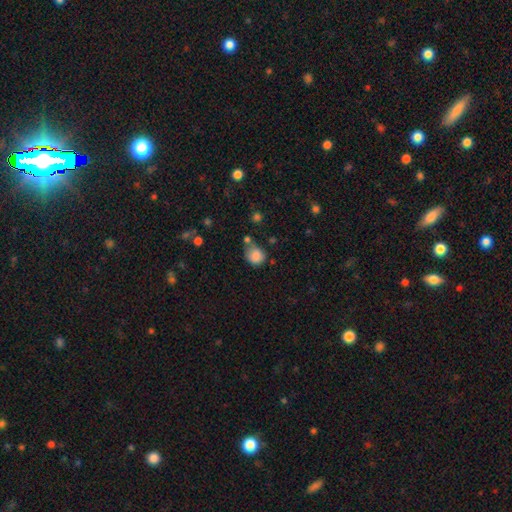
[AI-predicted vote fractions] Smooth or featured? smooth (84%)
How rounded? round (77%)
Merging? none (54%)